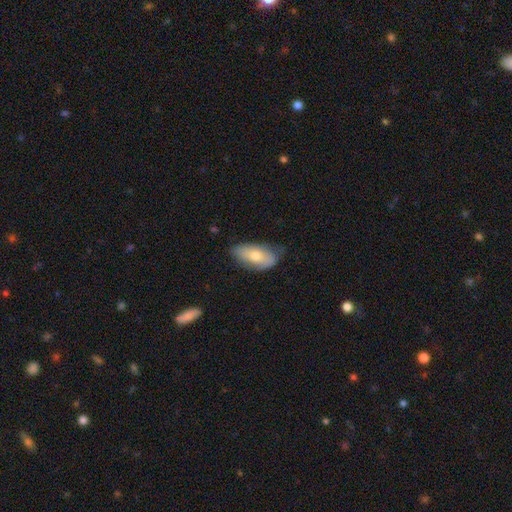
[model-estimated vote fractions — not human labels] Smooth or featured? smooth (66%)
How rounded? in between (90%)
Merging? none (63%)